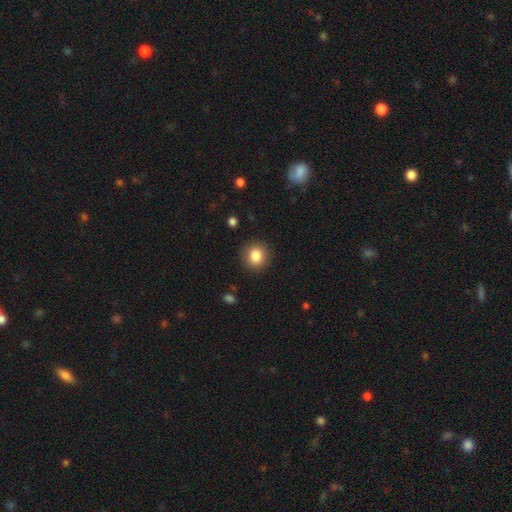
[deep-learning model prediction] A smooth galaxy with no disk features (84%) that is round (87%). Merging: none (89%).